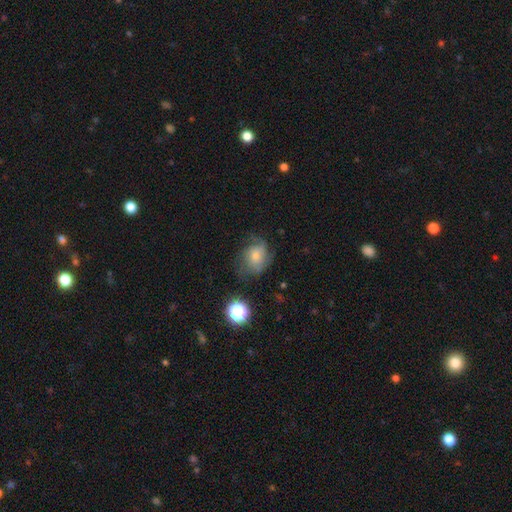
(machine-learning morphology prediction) The model was most divided on "smooth or featured": featured or disk: 51%, smooth: 35%, star or artifact: 14%. More confident: edge-on disk — no (97%); merging — none (56%).